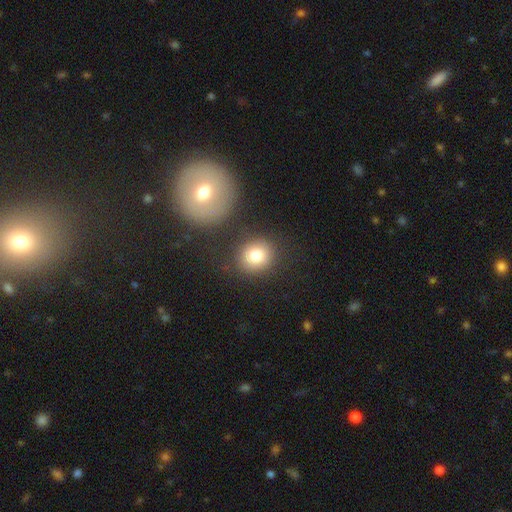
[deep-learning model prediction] Smooth or featured: smooth — 80% (star or artifact — 10%)
How rounded: round — 80% (in between — 19%)
Merging: none — 81% (minor disturbance — 9%)